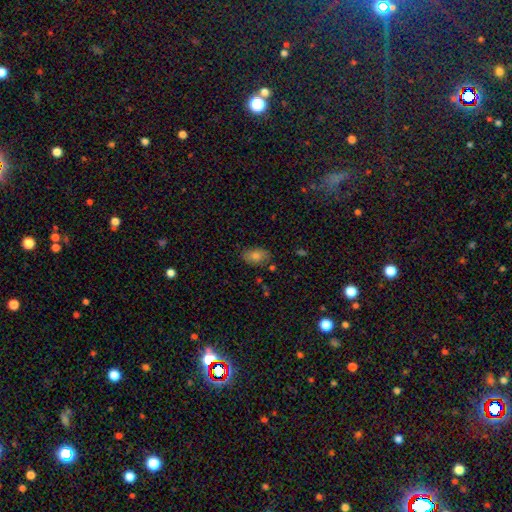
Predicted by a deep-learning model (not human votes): Smooth or featured?
  - smooth: 72% *
  - star or artifact: 14%
  - featured or disk: 14%
How rounded?
  - in between: 87% *
  - round: 11%
  - cigar-shaped: 2%
Merging?
  - none: 82% *
  - minor disturbance: 13%
  - major disturbance: 3%
  - merger: 2%